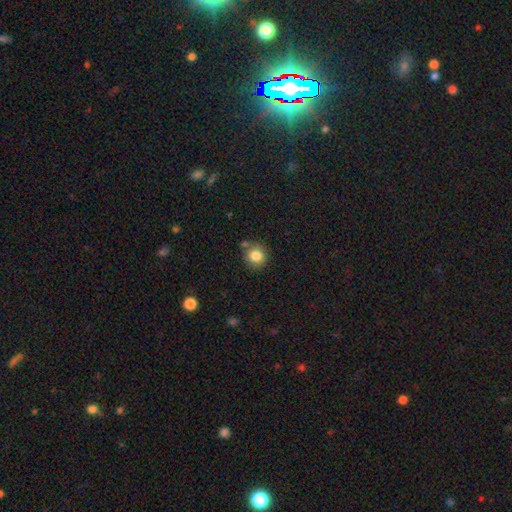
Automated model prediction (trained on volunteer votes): This is clearly a smooth galaxy (83%). How rounded: clearly round (89%). Merging: likely none (74%).